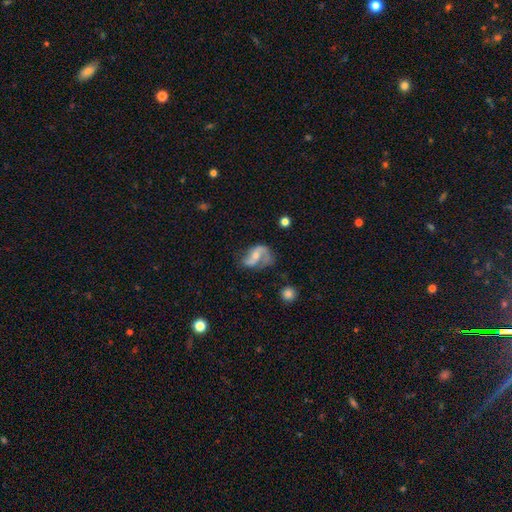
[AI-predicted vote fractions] This appears to be a featured or disk galaxy (75%) with a weak bar (38%), 2 (81%) loose (61%) spiral arms (90%) and a moderate central bulge (47%). Merging: none (47%).